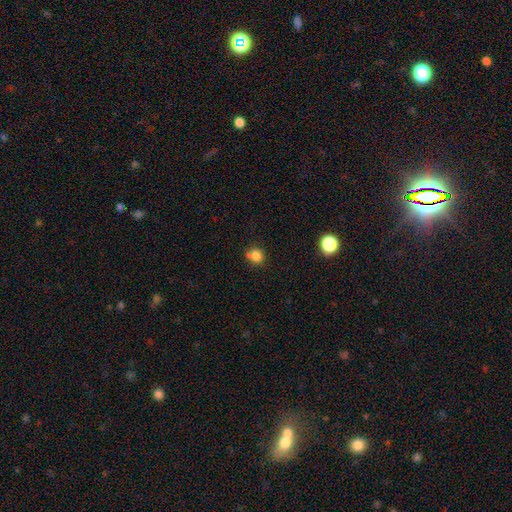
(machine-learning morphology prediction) A smooth galaxy with no disk features (82%) that is round (78%).

Vote fractions:
- Smooth or featured? smooth: 82% / star or artifact: 12% / featured or disk: 6%
- How rounded? round: 78% / in between: 21% / cigar-shaped: 1%
- Merging? none: 64% / minor disturbance: 21% / merger: 9% / major disturbance: 5%